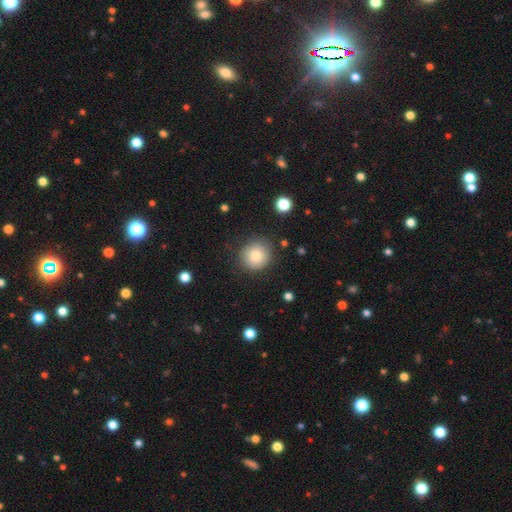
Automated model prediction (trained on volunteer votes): Overall: smooth (79%). How rounded: round (90%). Merging: none (83%).